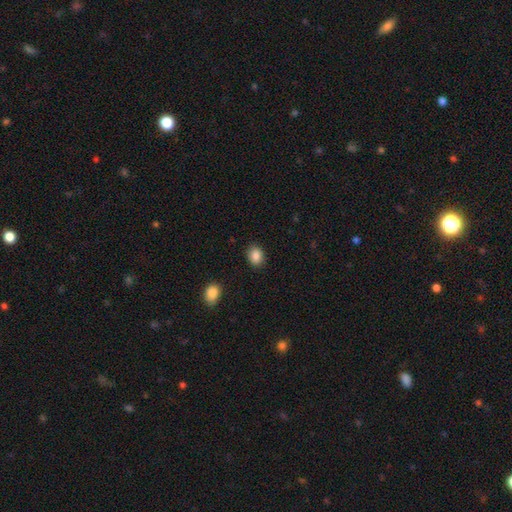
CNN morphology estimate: This is clearly a smooth galaxy (87%). How rounded: possibly in between (56%). Merging: clearly none (87%).